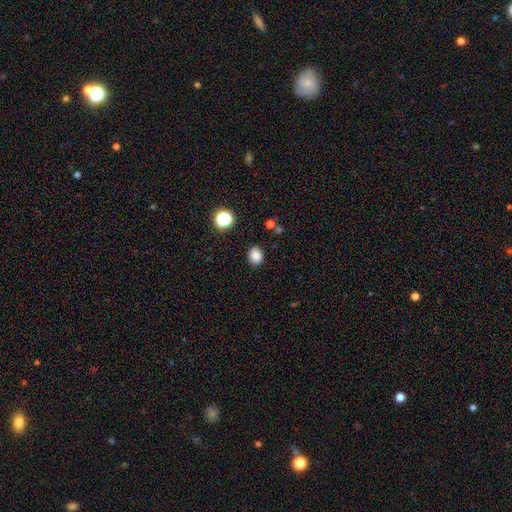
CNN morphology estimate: This is clearly a smooth galaxy (84%). How rounded: possibly round (60%). Merging: clearly none (87%).